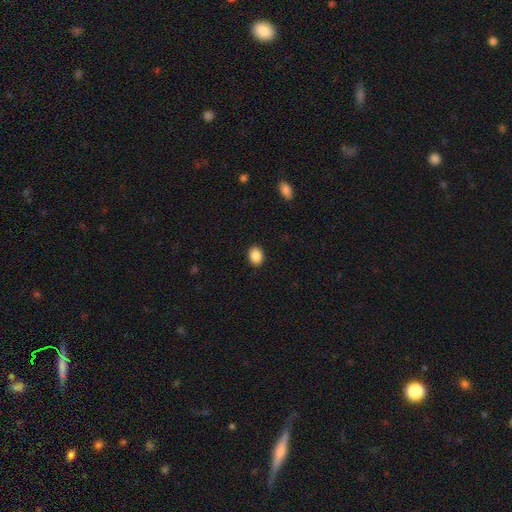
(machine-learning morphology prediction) Smooth or featured: smooth — 88% (star or artifact — 9%)
How rounded: in between — 52% (round — 47%)
Merging: none — 91% (minor disturbance — 6%)